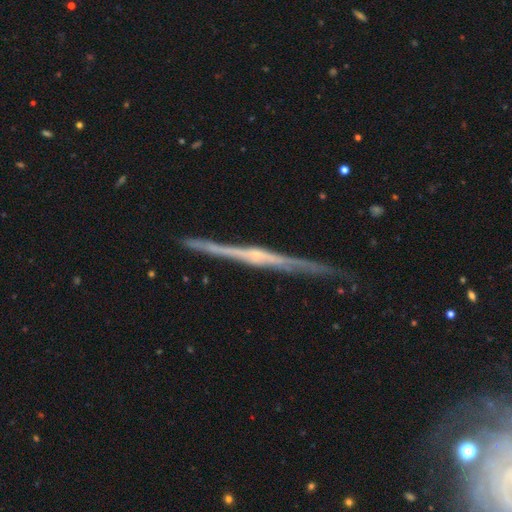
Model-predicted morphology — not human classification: Overall: featured or disk (86%). Edge-on disk: yes (98%). Edge-on bulge: rounded (60%; none 31%). Merging: none (82%).